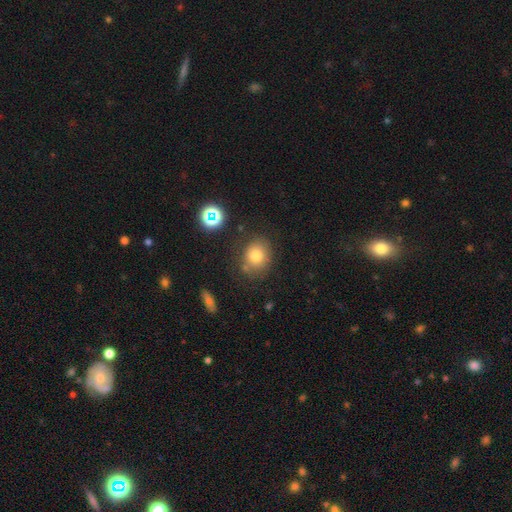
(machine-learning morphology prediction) This appears to be a smooth galaxy with no disk features (77%) that is round (66%). Merging: none (75%).